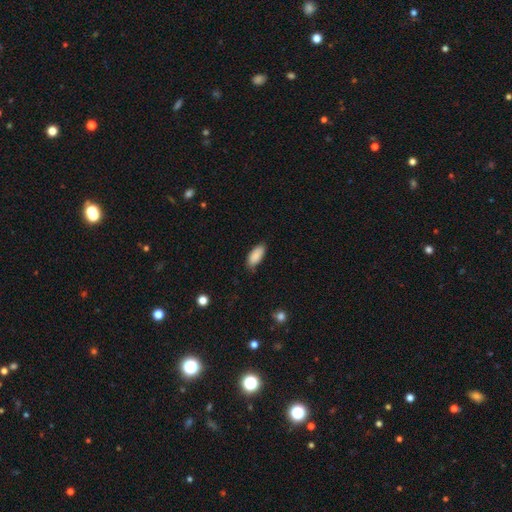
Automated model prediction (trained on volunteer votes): smooth_or_featured: smooth (p=0.88) [alt: star or artifact p=0.06]
how_rounded: in between (p=0.89) [alt: cigar-shaped p=0.09]
merging: none (p=0.78) [alt: minor disturbance p=0.18]